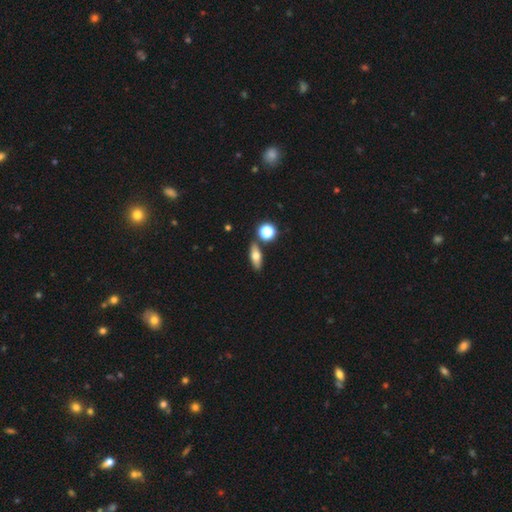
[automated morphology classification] The model was most divided on "how rounded": in between: 61%, cigar-shaped: 30%, round: 9%. More confident: merging — none (81%); smooth or featured — smooth (61%).